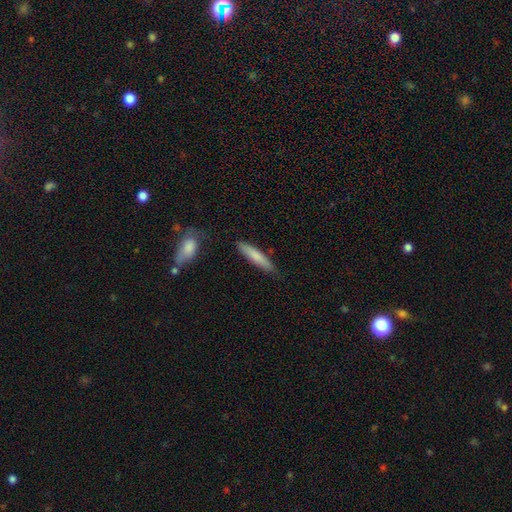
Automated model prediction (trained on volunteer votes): smooth-or-featured: smooth: 76% | featured or disk: 19% | star or artifact: 5%
  how-rounded: cigar-shaped: 87% | in between: 12% | round: 1%
  merging: none: 82% | minor disturbance: 12% | merger: 3% | major disturbance: 3%